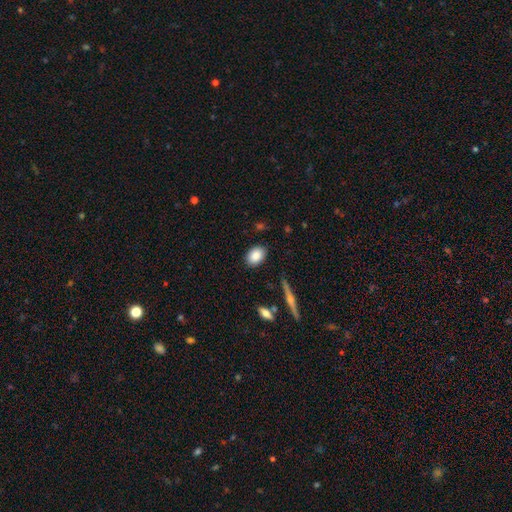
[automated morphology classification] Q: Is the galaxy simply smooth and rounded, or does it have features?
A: smooth — 84%.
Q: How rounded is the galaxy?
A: in between — 78%.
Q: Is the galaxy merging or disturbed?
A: none — 87%.